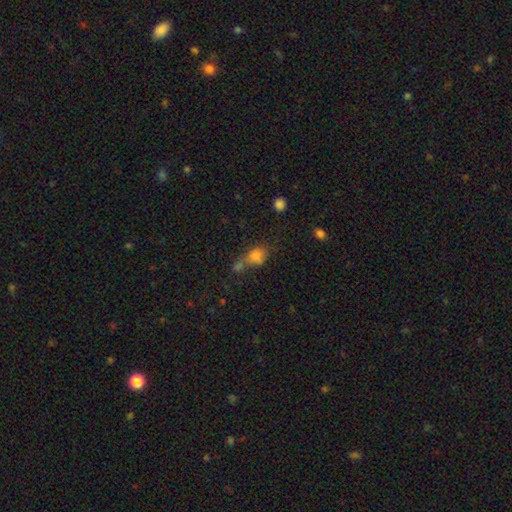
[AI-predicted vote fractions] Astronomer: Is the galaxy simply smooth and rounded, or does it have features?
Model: smooth — 73%.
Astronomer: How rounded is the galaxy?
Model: in between — 50% (runner-up: round, 47%).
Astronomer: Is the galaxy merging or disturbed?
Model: merger — 47% (runner-up: none, 32%).